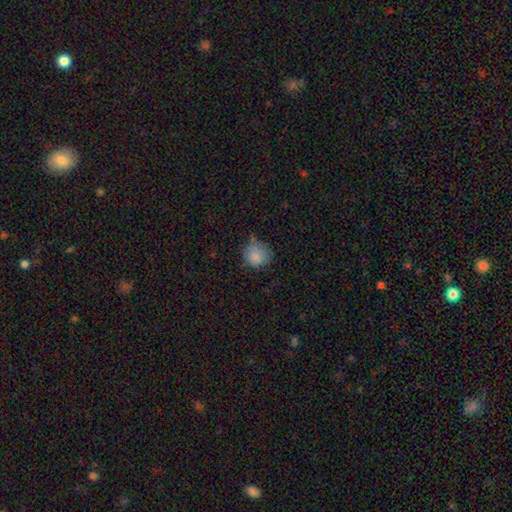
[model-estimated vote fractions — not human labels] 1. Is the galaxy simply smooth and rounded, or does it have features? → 84% smooth, 10% star or artifact, 7% featured or disk.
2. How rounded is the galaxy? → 85% round, 14% in between, 1% cigar-shaped.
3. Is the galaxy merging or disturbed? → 53% none, 33% minor disturbance, 10% major disturbance, 4% merger.